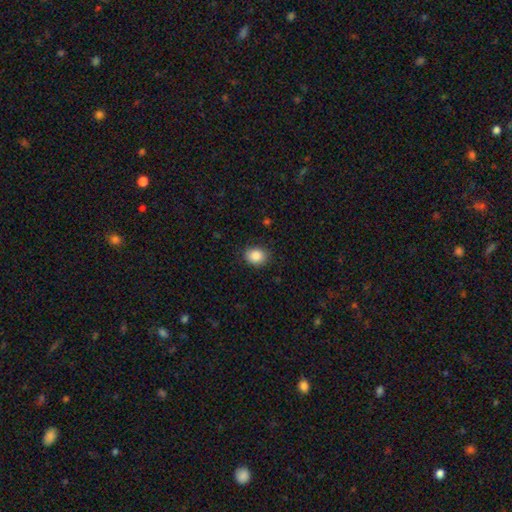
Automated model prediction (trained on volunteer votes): Q: Smooth or featured?
A: smooth (88%); runner-up: star or artifact (8%)
Q: How rounded?
A: round (56%); runner-up: in between (44%)
Q: Merging?
A: none (85%); runner-up: minor disturbance (12%)